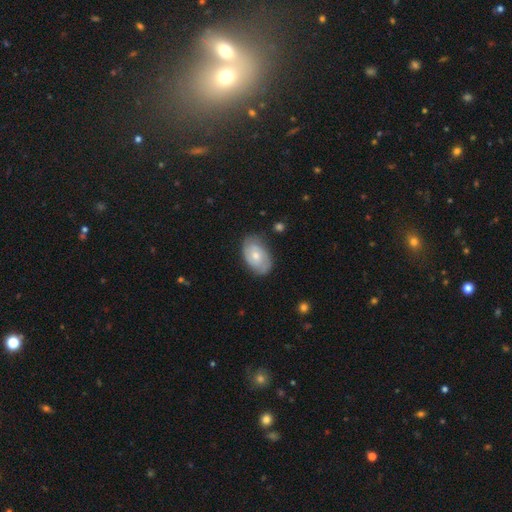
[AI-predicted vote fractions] The model was most divided on "smooth or featured": featured or disk: 53%, smooth: 41%, star or artifact: 6%. More confident: edge-on disk — no (95%); spiral arms — yes (77%); merging — none (74%); bar — no (71%); bulge size — moderate (55%).